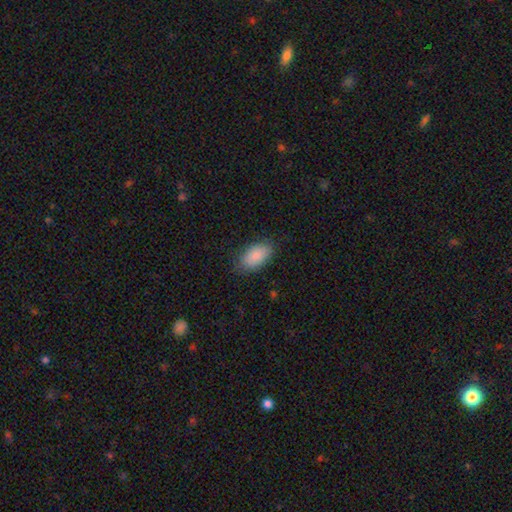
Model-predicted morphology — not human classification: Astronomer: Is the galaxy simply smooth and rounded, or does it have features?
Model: smooth — 87%.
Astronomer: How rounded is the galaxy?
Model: in between — 94%.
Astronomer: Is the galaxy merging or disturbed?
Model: none — 80%.